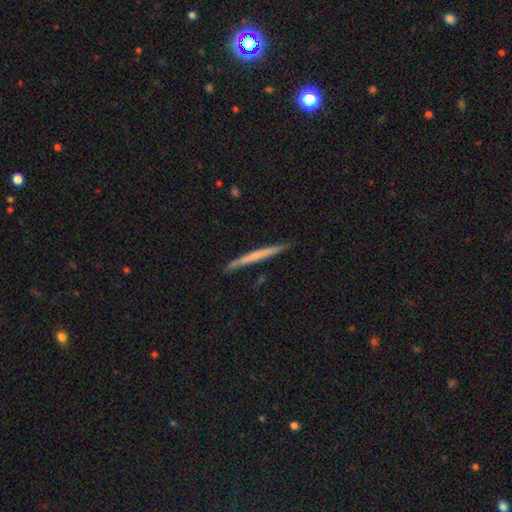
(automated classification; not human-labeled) A smooth galaxy with no disk features (51%) that is cigar-shaped (97%).

Vote fractions:
- Smooth or featured? smooth: 51% / featured or disk: 43% / star or artifact: 5%
- How rounded? cigar-shaped: 97% / in between: 2% / round: 1%
- Merging? none: 88% / minor disturbance: 9% / major disturbance: 2% / merger: 1%